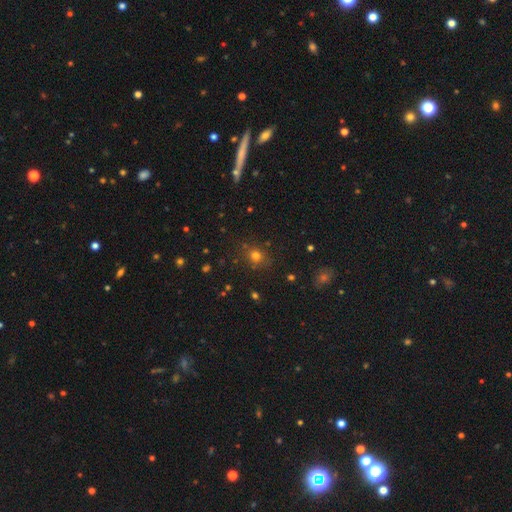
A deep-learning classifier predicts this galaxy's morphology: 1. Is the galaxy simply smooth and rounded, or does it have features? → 71% smooth, 21% star or artifact, 8% featured or disk.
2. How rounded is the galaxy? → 74% round, 25% in between, 1% cigar-shaped.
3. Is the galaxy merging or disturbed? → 80% none, 12% minor disturbance, 4% major disturbance, 3% merger.